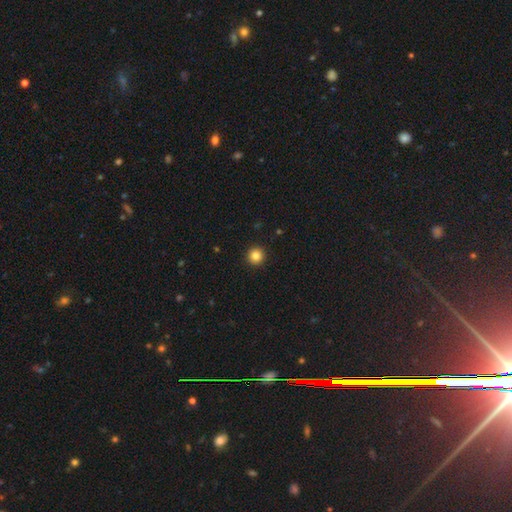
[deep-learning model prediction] This is clearly a smooth galaxy (84%). How rounded: clearly round (95%). Merging: clearly none (94%).